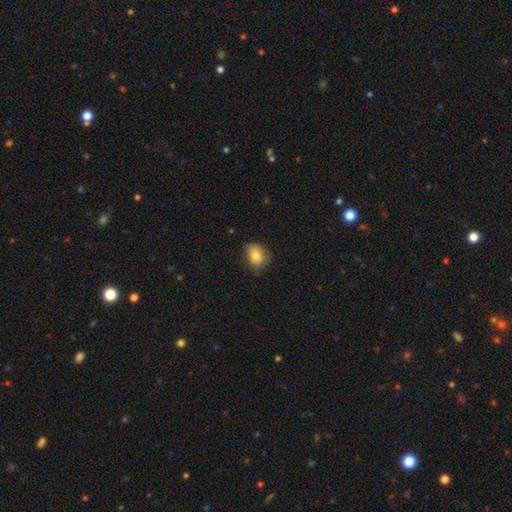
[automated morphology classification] Q: Smooth or featured?
A: smooth (79%); runner-up: featured or disk (13%)
Q: How rounded?
A: in between (57%); runner-up: round (42%)
Q: Merging?
A: none (66%); runner-up: minor disturbance (27%)